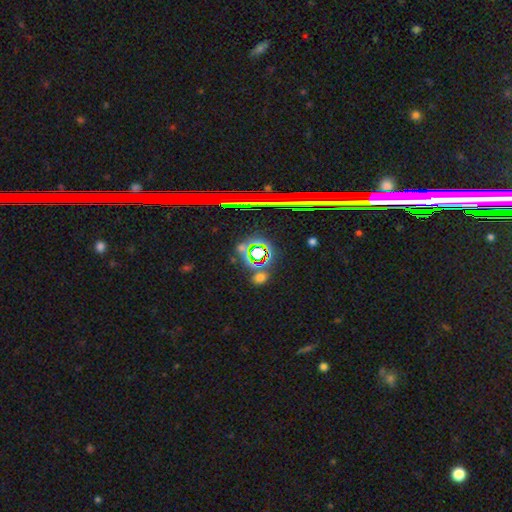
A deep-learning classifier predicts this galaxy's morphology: Smooth or featured?
  - star or artifact: 65% *
  - featured or disk: 18%
  - smooth: 17%